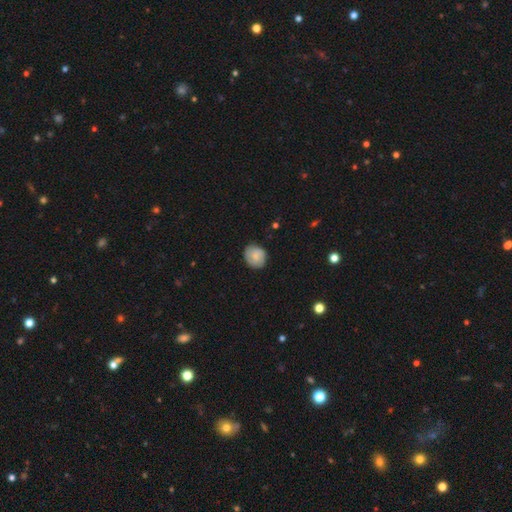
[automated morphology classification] smooth 66%, featured or disk 26%, star or artifact 7%. Down the decision tree: how rounded — round (77%); merging — none (79%).